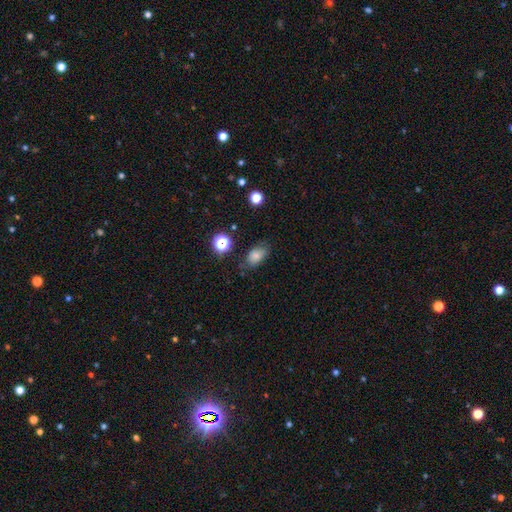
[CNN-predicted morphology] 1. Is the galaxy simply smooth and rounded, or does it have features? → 76% smooth, 13% star or artifact, 11% featured or disk.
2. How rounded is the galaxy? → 84% in between, 13% round, 2% cigar-shaped.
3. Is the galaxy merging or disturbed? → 69% none, 21% minor disturbance, 7% major disturbance, 3% merger.